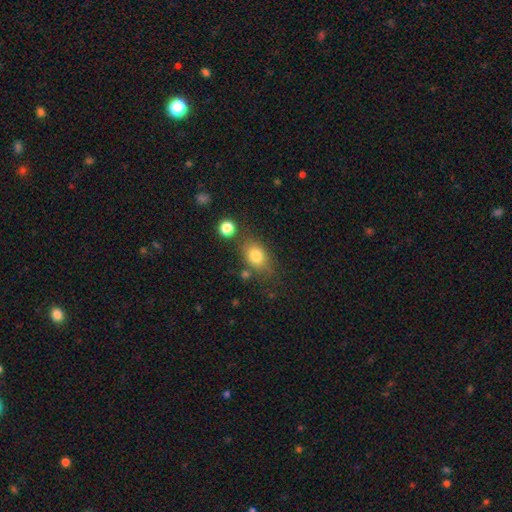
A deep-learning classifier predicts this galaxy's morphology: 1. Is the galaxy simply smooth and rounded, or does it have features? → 80% smooth, 10% featured or disk, 10% star or artifact.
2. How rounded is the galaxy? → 70% in between, 29% round, 2% cigar-shaped.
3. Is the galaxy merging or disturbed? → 68% none, 17% minor disturbance, 9% merger, 6% major disturbance.